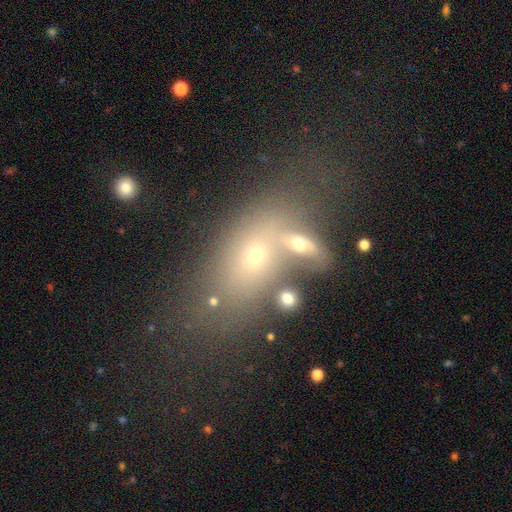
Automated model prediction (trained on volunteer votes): This is possibly a smooth galaxy (49%). Merging: possibly merger (45%).